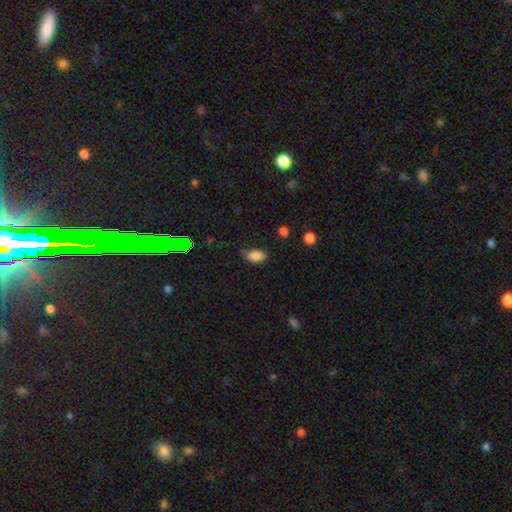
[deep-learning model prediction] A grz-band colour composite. It shows a smooth galaxy with no disk features (85%) that is in between round and cigar-shaped (91%). Merging: none (64%).